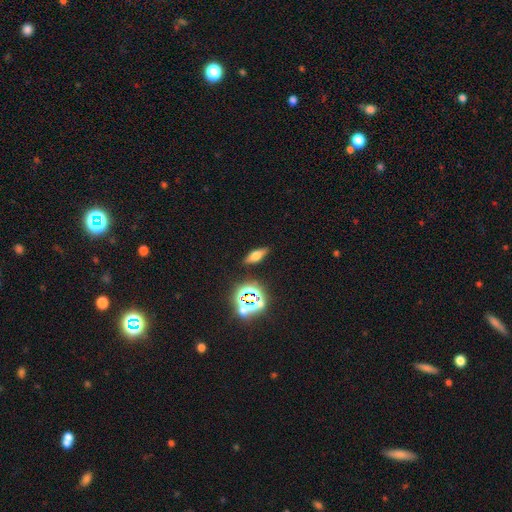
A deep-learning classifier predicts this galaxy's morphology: The model was most divided on "smooth or featured": smooth: 50%, featured or disk: 30%, star or artifact: 20%. More confident: merging — none (87%); how rounded — in between (60%).